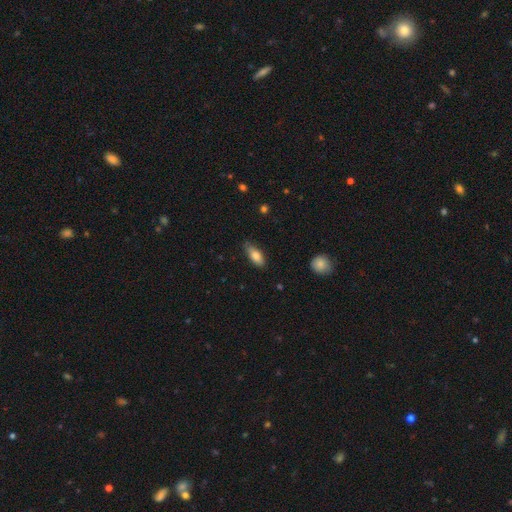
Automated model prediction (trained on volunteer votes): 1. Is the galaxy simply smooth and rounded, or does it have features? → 80% smooth, 13% featured or disk, 7% star or artifact.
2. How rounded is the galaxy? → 77% in between, 20% cigar-shaped, 3% round.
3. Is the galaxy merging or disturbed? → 74% none, 21% minor disturbance, 3% major disturbance, 1% merger.